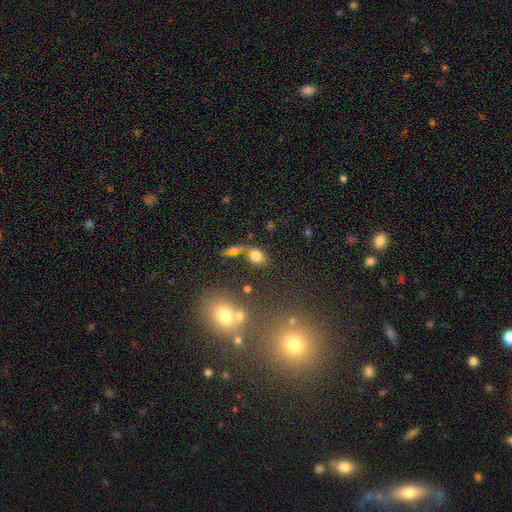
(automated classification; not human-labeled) Smooth or featured?
  - smooth: 71% *
  - featured or disk: 15%
  - star or artifact: 13%
How rounded?
  - in between: 59% *
  - round: 37%
  - cigar-shaped: 5%
Merging?
  - none: 37% *
  - merger: 35%
  - major disturbance: 15%
  - minor disturbance: 13%